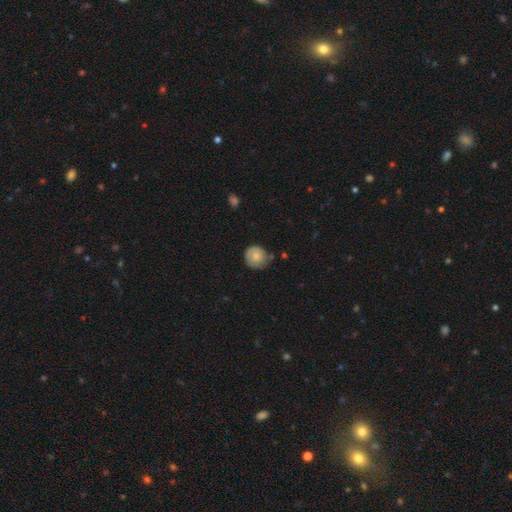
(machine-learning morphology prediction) Overall: smooth (76%). How rounded: round (89%). Merging: none (68%).